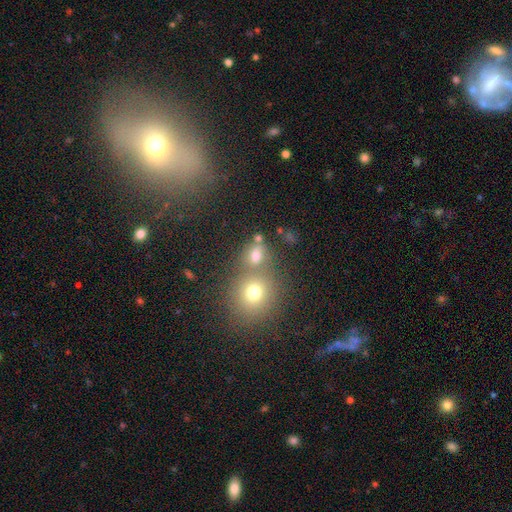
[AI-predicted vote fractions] Morphology: type=smooth (71%); roundness=round (62%); merging=none (44%).